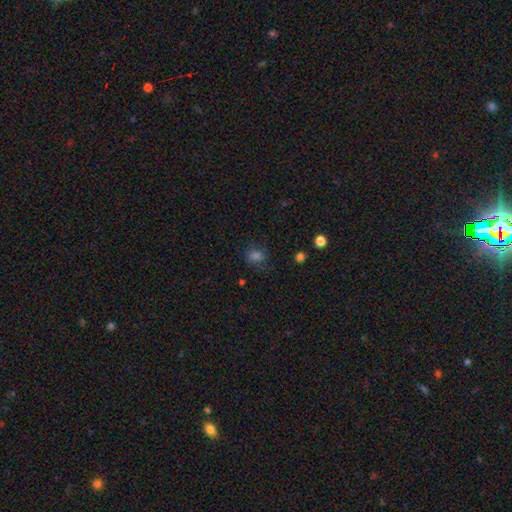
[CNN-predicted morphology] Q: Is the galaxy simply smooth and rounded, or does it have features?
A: smooth — 68%.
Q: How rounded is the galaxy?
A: round — 50%.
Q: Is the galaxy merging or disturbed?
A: none — 66%.